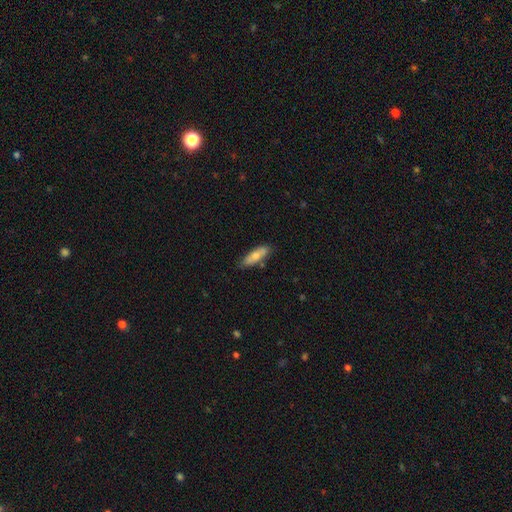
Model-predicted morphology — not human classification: smooth_or_featured: smooth (p=0.70) [alt: featured or disk p=0.24]
how_rounded: in between (p=0.50) [alt: cigar-shaped p=0.48]
merging: none (p=0.79) [alt: minor disturbance p=0.14]